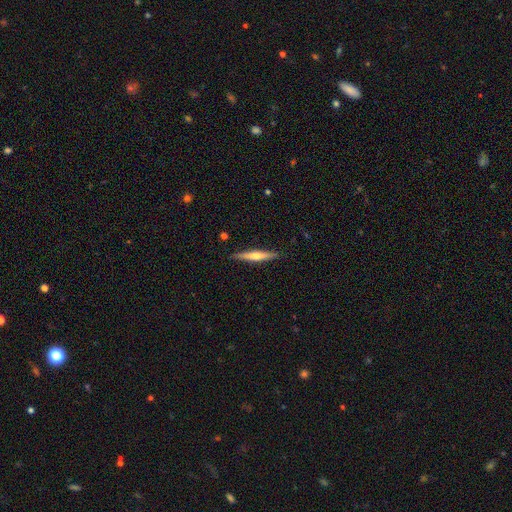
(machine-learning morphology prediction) Smooth or featured?
  - featured or disk: 50% *
  - smooth: 44%
  - star or artifact: 6%
Edge-on disk?
  - yes: 96% *
  - no: 4%
Merging?
  - none: 89% *
  - minor disturbance: 8%
  - major disturbance: 2%
  - merger: 1%